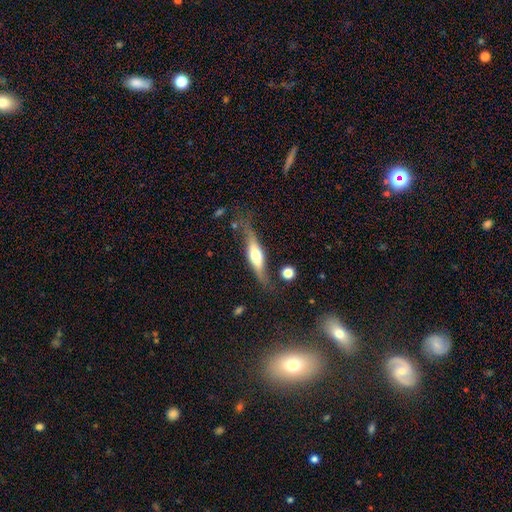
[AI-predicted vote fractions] A featured or disk galaxy (61%) viewed edge-on (86%) with a rounded central bulge (85%).

Vote fractions:
- Smooth or featured? featured or disk: 61% / smooth: 33% / star or artifact: 6%
- Edge-on disk? yes: 86% / no: 14%
- Edge-on bulge? rounded: 85% / boxy: 10% / none: 5%
- Merging? none: 66% / minor disturbance: 21% / major disturbance: 8% / merger: 4%